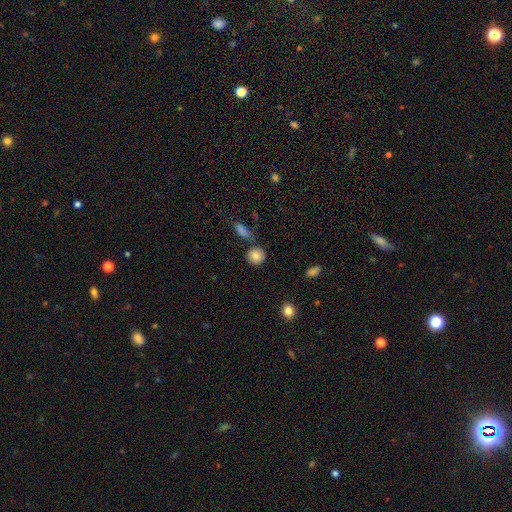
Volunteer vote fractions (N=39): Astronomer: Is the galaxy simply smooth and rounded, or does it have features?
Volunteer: smooth — 87%.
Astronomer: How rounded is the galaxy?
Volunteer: round — 85%.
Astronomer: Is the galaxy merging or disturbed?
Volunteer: none — 81%.